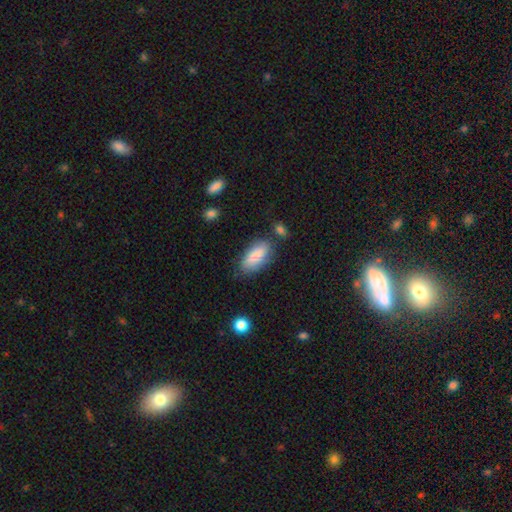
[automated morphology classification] type=smooth (80%); roundness=in between (88%); merging=none (73%).